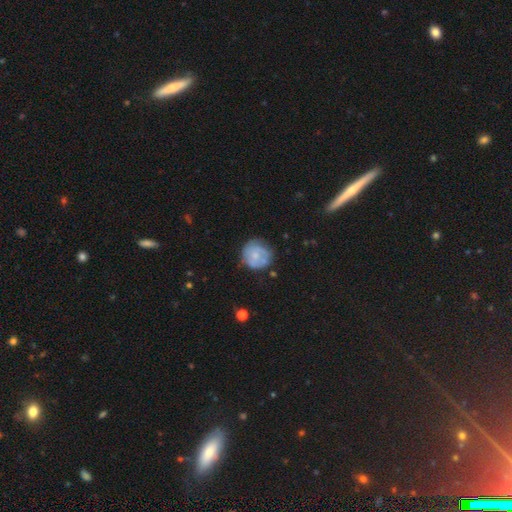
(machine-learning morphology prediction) This is possibly a smooth galaxy (53%). How rounded: clearly round (91%). Merging: likely none (64%).